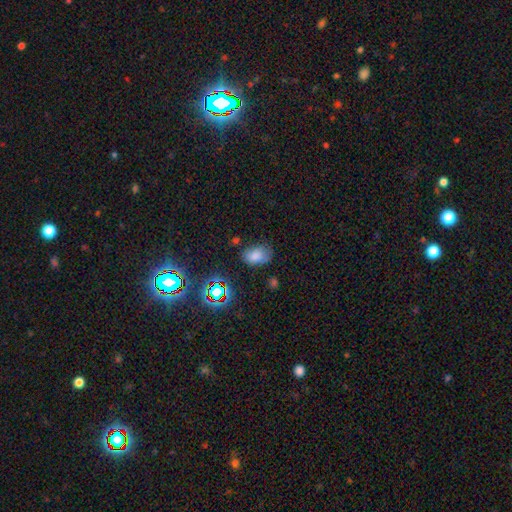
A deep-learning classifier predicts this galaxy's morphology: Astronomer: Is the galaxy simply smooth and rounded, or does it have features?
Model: smooth — 75%.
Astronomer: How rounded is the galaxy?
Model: in between — 86%.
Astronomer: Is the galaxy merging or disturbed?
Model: none — 65%.